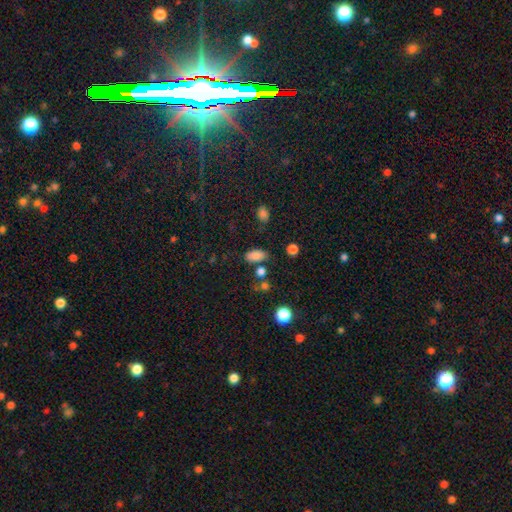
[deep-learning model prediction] Morphology: type=smooth (82%); roundness=in between (90%); merging=none (72%).